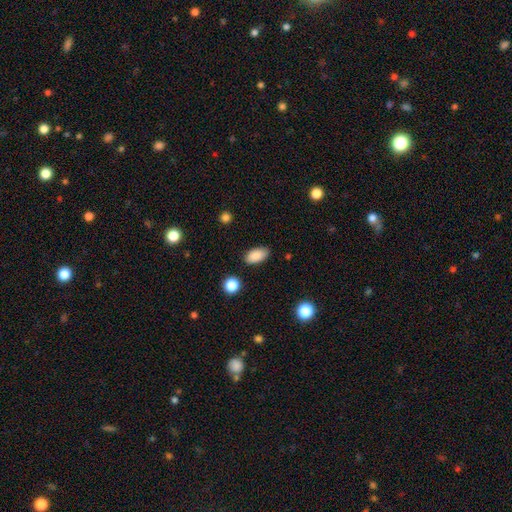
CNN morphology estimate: Q: Smooth or featured?
A: smooth (88%); runner-up: star or artifact (8%)
Q: How rounded?
A: in between (93%); runner-up: round (4%)
Q: Merging?
A: none (86%); runner-up: minor disturbance (10%)